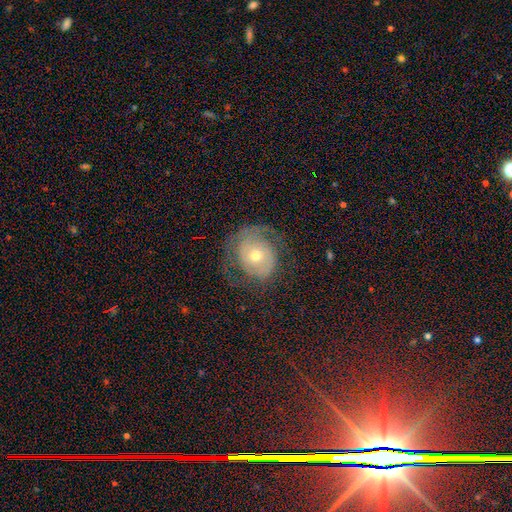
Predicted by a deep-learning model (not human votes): Morphology: type=featured or disk (69%); edge-on=no (97%); bar=no (76%); spiral arms=yes (83%); winding=tight (46%); arm count=2 (63%); bulge=moderate (53%); merging=none (64%).